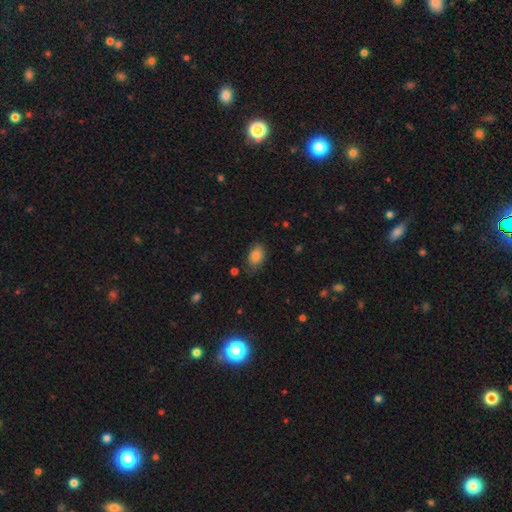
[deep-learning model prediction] A smooth galaxy with no disk features (86%) that is in between round and cigar-shaped (85%).

Vote fractions:
- Smooth or featured? smooth: 86% / star or artifact: 8% / featured or disk: 6%
- How rounded? in between: 85% / round: 13% / cigar-shaped: 1%
- Merging? none: 72% / minor disturbance: 21% / major disturbance: 5% / merger: 2%